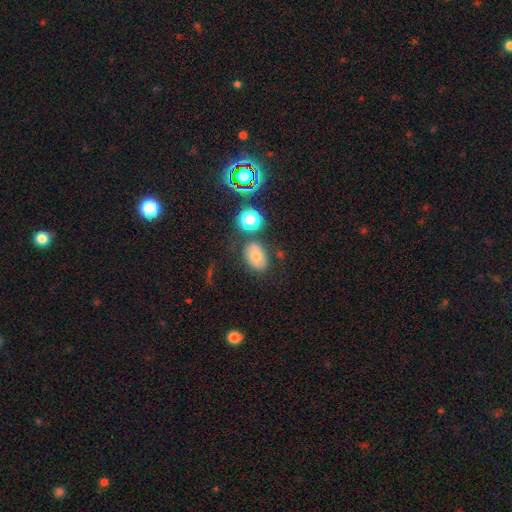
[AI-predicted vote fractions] Smooth or featured?
  - smooth: 67% *
  - featured or disk: 18%
  - star or artifact: 15%
How rounded?
  - in between: 74% *
  - round: 25%
  - cigar-shaped: 1%
Merging?
  - none: 70% *
  - minor disturbance: 15%
  - merger: 9%
  - major disturbance: 6%